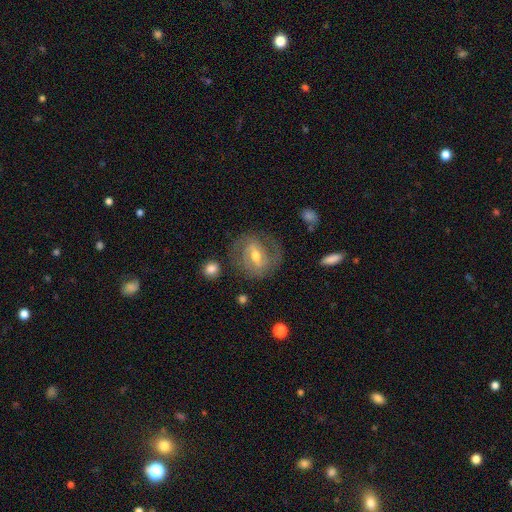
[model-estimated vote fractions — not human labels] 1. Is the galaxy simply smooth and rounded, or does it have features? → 78% featured or disk, 15% smooth, 6% star or artifact.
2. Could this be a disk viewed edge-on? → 95% no, 5% yes.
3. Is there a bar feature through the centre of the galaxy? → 44% weak, 40% strong, 15% no.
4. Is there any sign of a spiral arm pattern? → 87% yes, 13% no.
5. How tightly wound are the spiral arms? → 46% medium, 40% tight, 14% loose.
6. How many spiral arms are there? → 76% 2, 13% can't tell, 5% 3, 4% 1, 1% 4, 1% more than 4.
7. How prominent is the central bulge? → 67% moderate, 26% small, 5% large, 1% none, 1% dominant.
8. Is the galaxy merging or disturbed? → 73% none, 16% minor disturbance, 9% major disturbance, 2% merger.